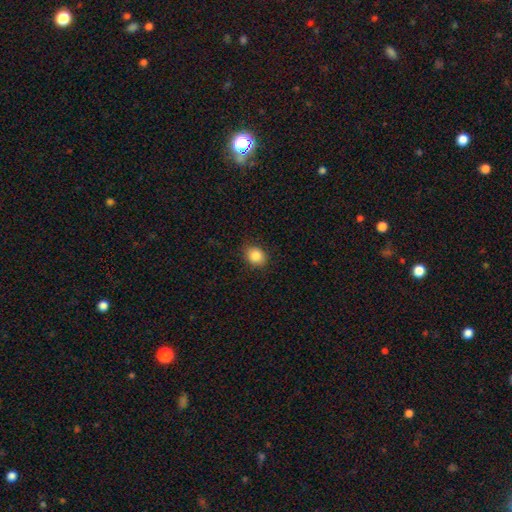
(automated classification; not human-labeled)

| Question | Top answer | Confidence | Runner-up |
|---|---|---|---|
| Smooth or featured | smooth | 86% | star or artifact (9%) |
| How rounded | round | 59% | in between (40%) |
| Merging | none | 86% | minor disturbance (10%) |